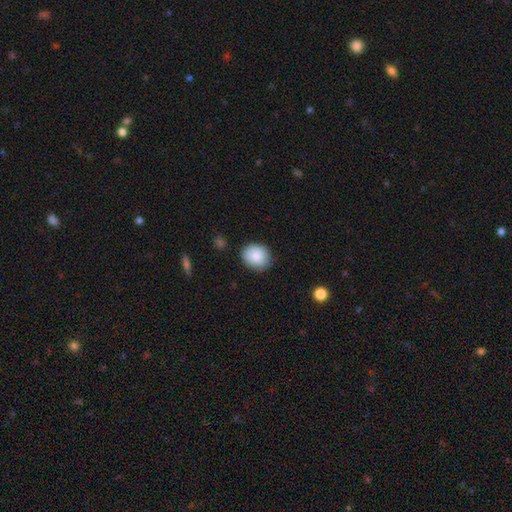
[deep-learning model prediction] Smooth or featured: smooth — 87% (star or artifact — 7%)
How rounded: round — 69% (in between — 30%)
Merging: none — 83% (minor disturbance — 13%)